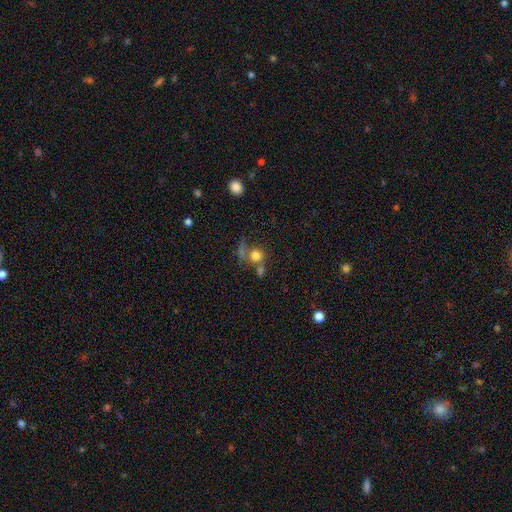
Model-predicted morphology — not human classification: smooth-or-featured: smooth: 73% | featured or disk: 14% | star or artifact: 13%
  how-rounded: round: 86% | in between: 13% | cigar-shaped: 1%
  merging: none: 42% | merger: 34% | major disturbance: 13% | minor disturbance: 11%